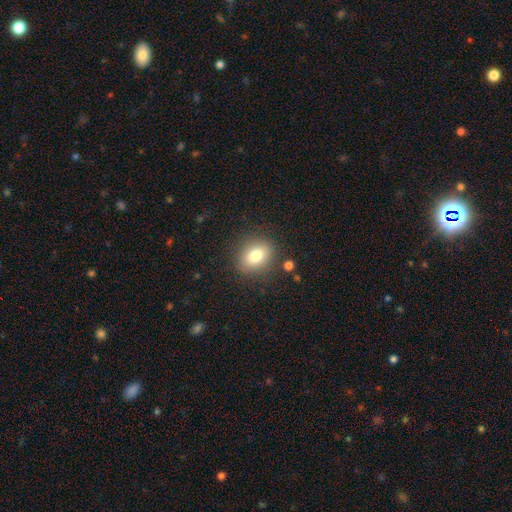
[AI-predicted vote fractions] smooth-or-featured: smooth: 79% | featured or disk: 11% | star or artifact: 10%
  how-rounded: in between: 52% | round: 47% | cigar-shaped: 1%
  merging: none: 84% | minor disturbance: 10% | major disturbance: 4% | merger: 2%